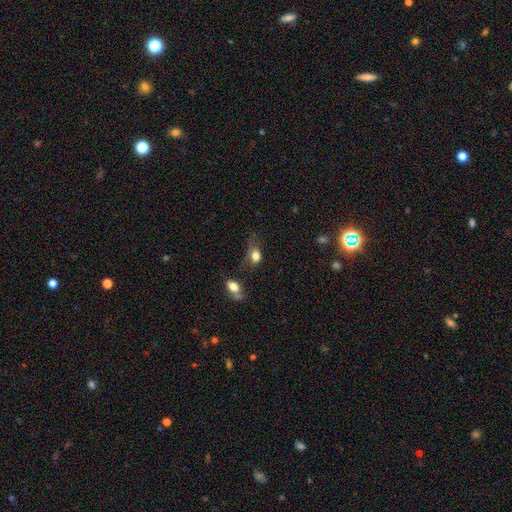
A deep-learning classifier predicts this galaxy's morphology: A smooth galaxy with no disk features (77%) that is in between round and cigar-shaped (68%). Merging: minor disturbance (32%).